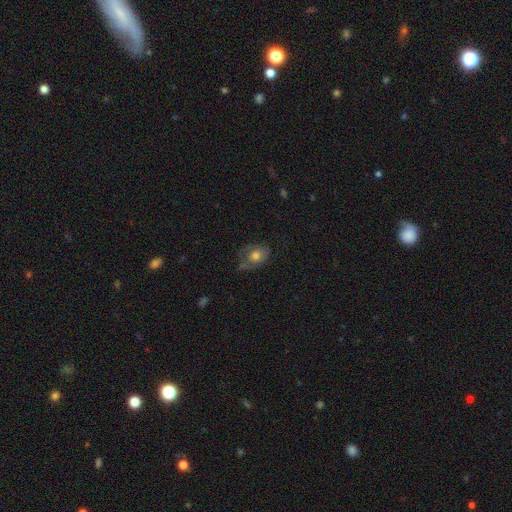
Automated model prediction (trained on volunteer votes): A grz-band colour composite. It shows a smooth galaxy with no disk features (49%). Merging: none (48%).